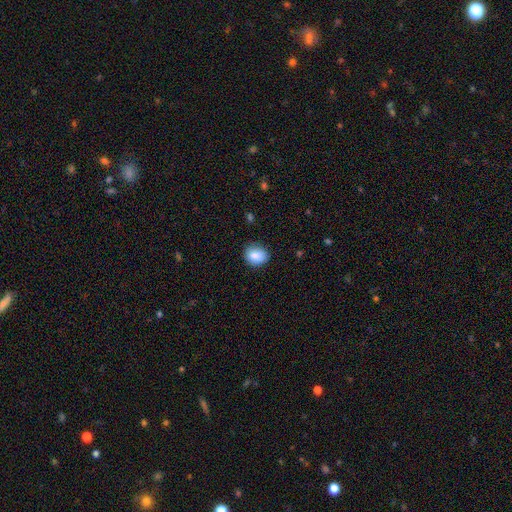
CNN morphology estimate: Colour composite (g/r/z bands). It shows a smooth galaxy with no disk features (86%) that is round (56%). Merging: none (83%).